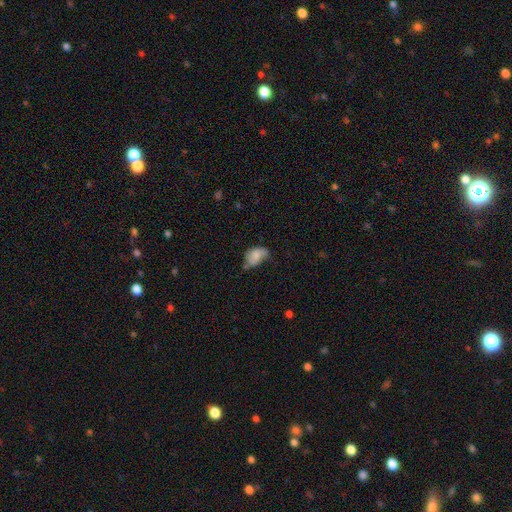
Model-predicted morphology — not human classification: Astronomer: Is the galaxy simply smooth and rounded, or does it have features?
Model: smooth — 68%.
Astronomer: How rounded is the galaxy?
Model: in between — 84%.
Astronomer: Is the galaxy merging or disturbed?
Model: minor disturbance — 40% (runner-up: none, 37%).